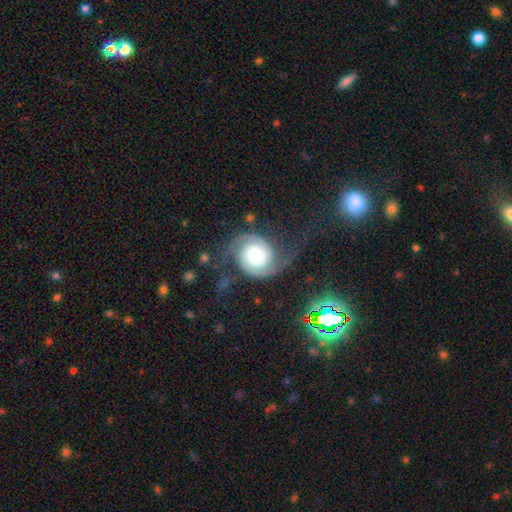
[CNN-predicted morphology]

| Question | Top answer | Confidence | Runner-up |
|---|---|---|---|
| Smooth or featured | featured or disk | 85% | smooth (9%) |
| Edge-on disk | no | 98% | yes (2%) |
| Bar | no | 71% | weak (22%) |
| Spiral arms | yes | 97% | no (3%) |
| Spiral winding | medium | 42% | loose (34%) |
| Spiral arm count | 2 | 93% | can't tell (2%) |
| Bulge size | moderate | 64% | large (16%) |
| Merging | none | 64% | major disturbance (18%) |